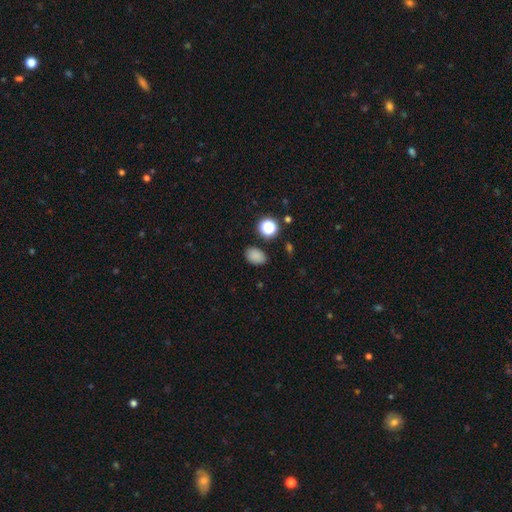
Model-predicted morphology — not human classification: Smooth or featured?
  - smooth: 82% *
  - star or artifact: 14%
  - featured or disk: 4%
How rounded?
  - in between: 77% *
  - round: 22%
  - cigar-shaped: 1%
Merging?
  - none: 83% *
  - minor disturbance: 12%
  - major disturbance: 3%
  - merger: 3%